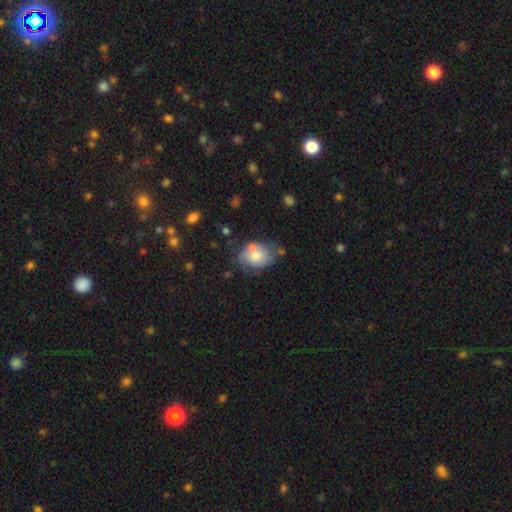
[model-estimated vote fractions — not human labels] smooth_or_featured: smooth (p=0.65) [alt: featured or disk p=0.27]
how_rounded: in between (p=0.65) [alt: round p=0.34]
merging: none (p=0.48) [alt: minor disturbance p=0.26]